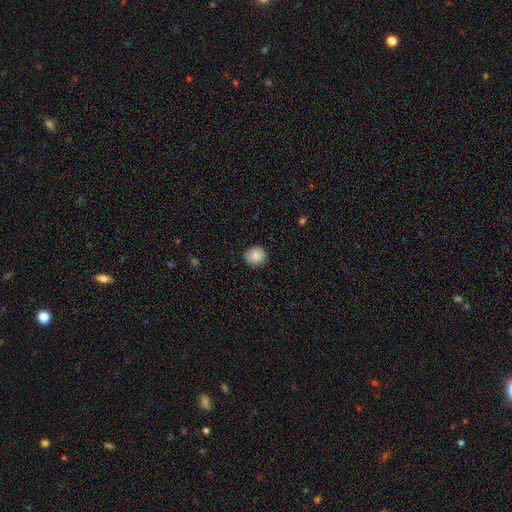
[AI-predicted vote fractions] Overall: smooth (85%). How rounded: round (90%). Merging: none (88%).